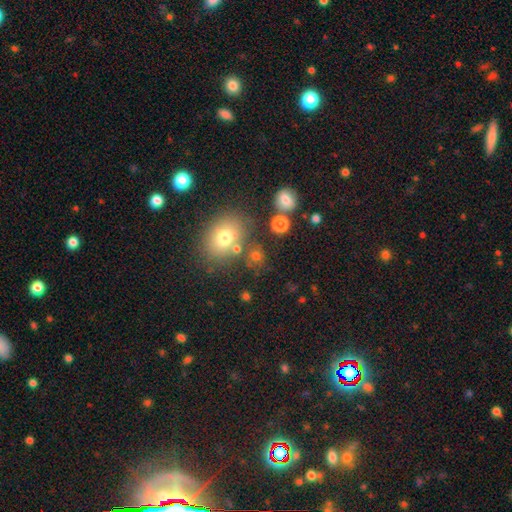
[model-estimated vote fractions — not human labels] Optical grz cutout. It shows a smooth galaxy with no disk features (67%) that is round (58%). Merging: none (68%).